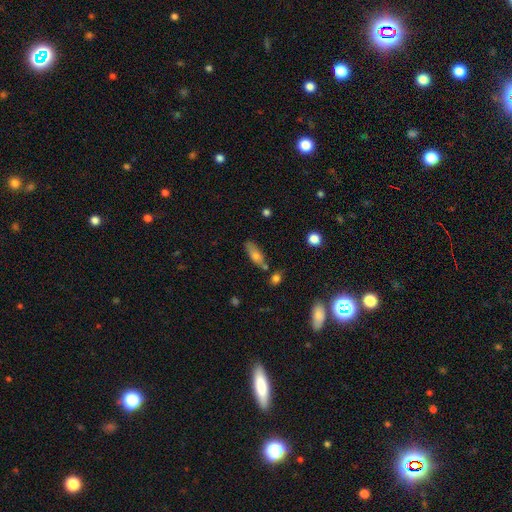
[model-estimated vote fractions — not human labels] Q: Smooth or featured?
A: smooth (71%); runner-up: featured or disk (21%)
Q: How rounded?
A: in between (66%); runner-up: cigar-shaped (31%)
Q: Merging?
A: none (68%); runner-up: minor disturbance (18%)